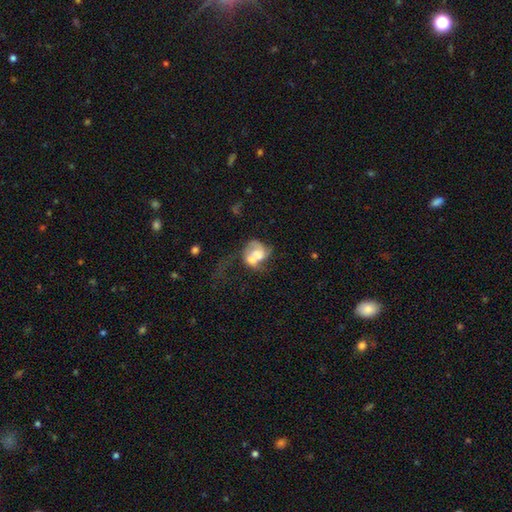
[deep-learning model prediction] This appears to be a featured or disk galaxy (49%). Merging: merger (57%).